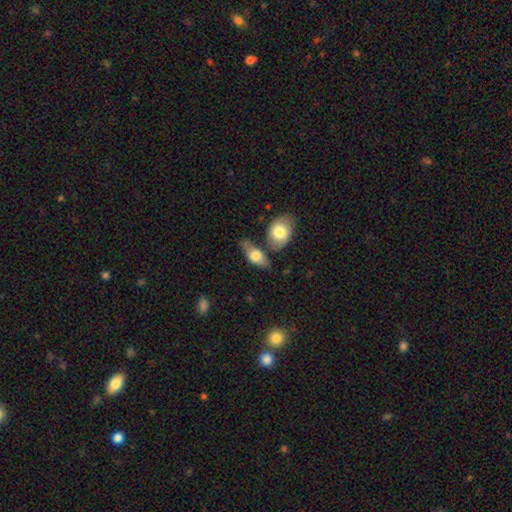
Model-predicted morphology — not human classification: Smooth or featured: smooth — 68% (featured or disk — 26%)
How rounded: in between — 82% (cigar-shaped — 12%)
Merging: none — 58% (minor disturbance — 19%)